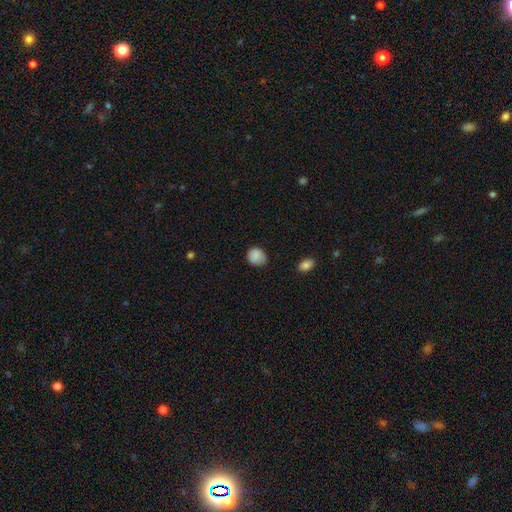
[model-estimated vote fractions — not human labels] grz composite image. It shows a smooth galaxy with no disk features (87%) that is round (75%). Merging: none (70%).